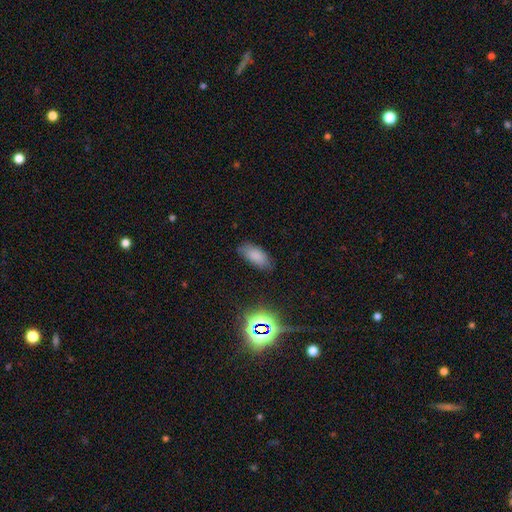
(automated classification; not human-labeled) Morphology: type=smooth (78%); roundness=in between (89%); merging=none (75%).